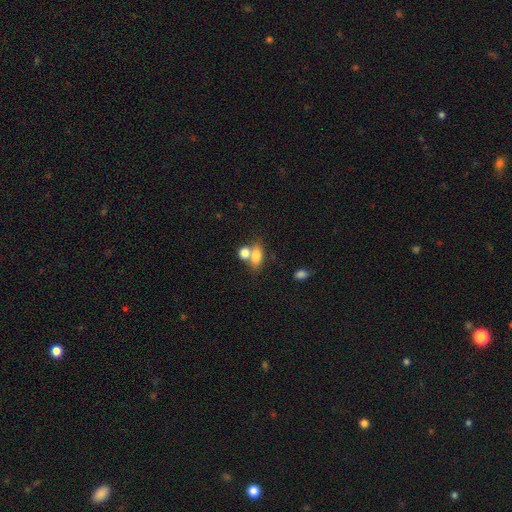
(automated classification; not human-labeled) Smooth or featured? smooth (77%)
How rounded? in between (78%)
Merging? merger (44%)